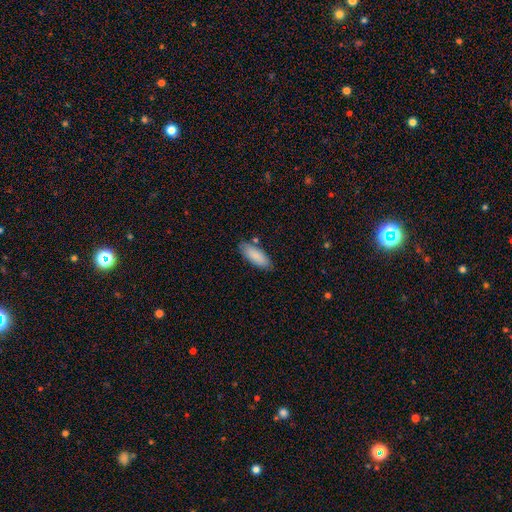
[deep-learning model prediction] This appears to be a smooth galaxy with no disk features (86%) that is in between round and cigar-shaped (75%). Merging: none (80%).